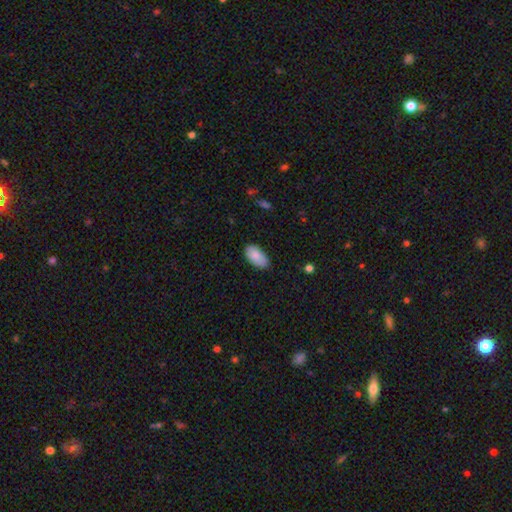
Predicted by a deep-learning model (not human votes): A smooth galaxy with no disk features (87%) that is in between round and cigar-shaped (95%). Merging: none (81%).